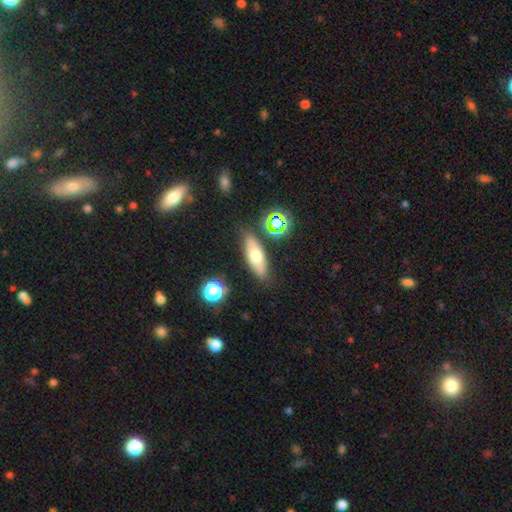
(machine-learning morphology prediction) A smooth galaxy with no disk features (60%) that is in between round and cigar-shaped (55%).

Vote fractions:
- Smooth or featured? smooth: 60% / featured or disk: 30% / star or artifact: 11%
- How rounded? in between: 55% / cigar-shaped: 40% / round: 5%
- Merging? none: 82% / minor disturbance: 11% / merger: 4% / major disturbance: 3%